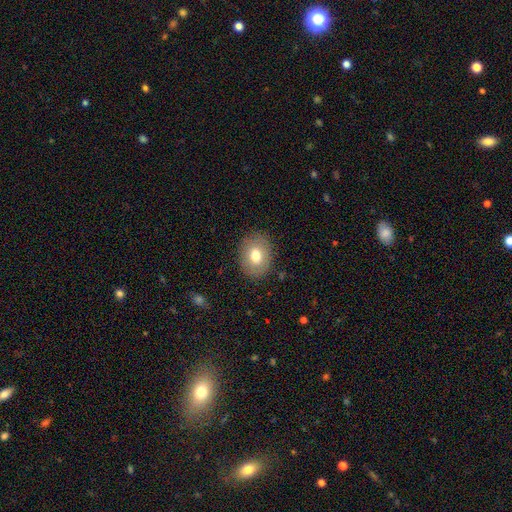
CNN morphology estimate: A smooth galaxy with no disk features (74%) that is in between round and cigar-shaped (63%). Merging: none (86%).